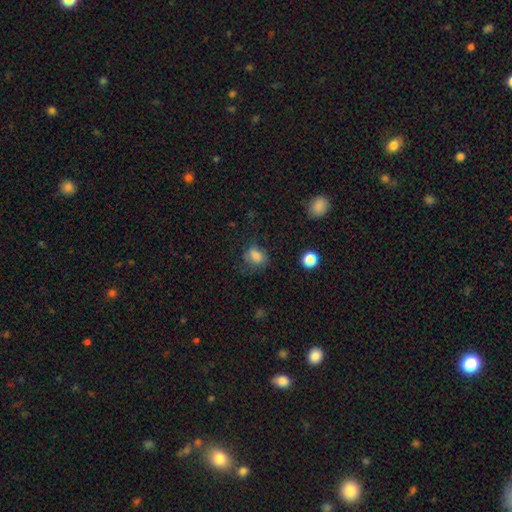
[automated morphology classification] smooth-or-featured: smooth: 77% | star or artifact: 13% | featured or disk: 10%
  how-rounded: in between: 55% | round: 44% | cigar-shaped: 1%
  merging: none: 59% | minor disturbance: 25% | major disturbance: 13% | merger: 3%